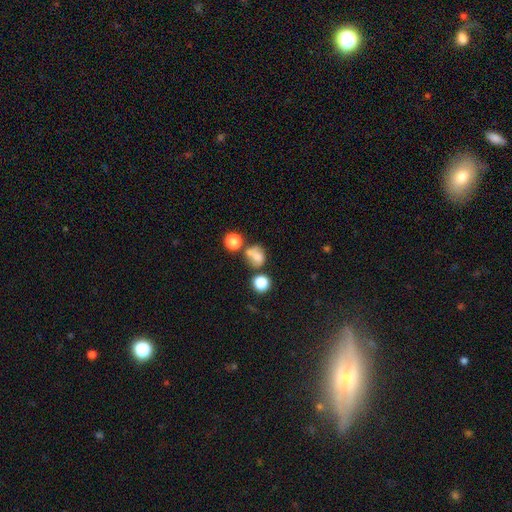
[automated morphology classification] Smooth or featured? smooth (70%)
How rounded? round (59%)
Merging? none (42%)